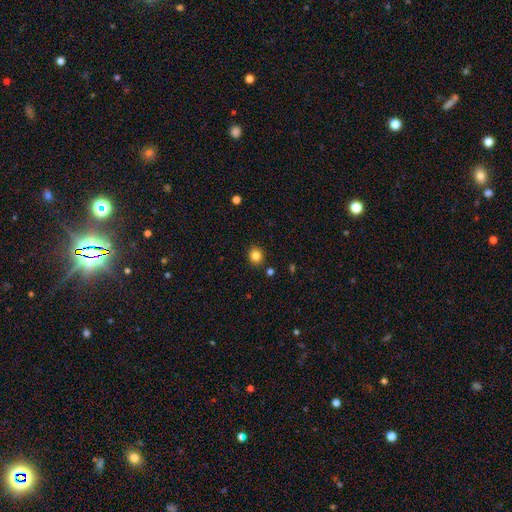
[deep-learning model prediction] Smooth or featured? smooth (83%)
How rounded? round (76%)
Merging? none (89%)